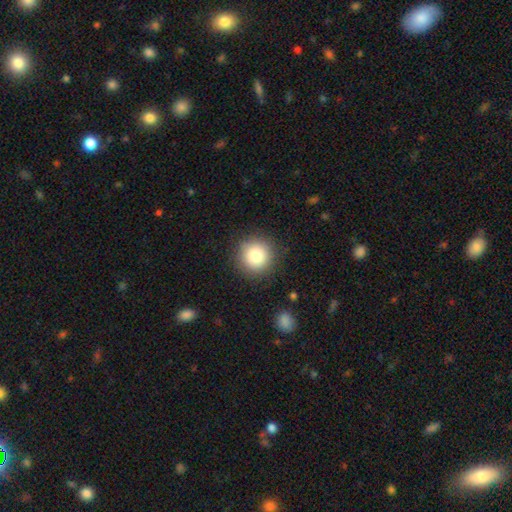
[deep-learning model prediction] smooth-or-featured: smooth: 83% | star or artifact: 10% | featured or disk: 8%
  how-rounded: round: 94% | in between: 5% | cigar-shaped: 1%
  merging: none: 89% | minor disturbance: 7% | major disturbance: 3% | merger: 1%